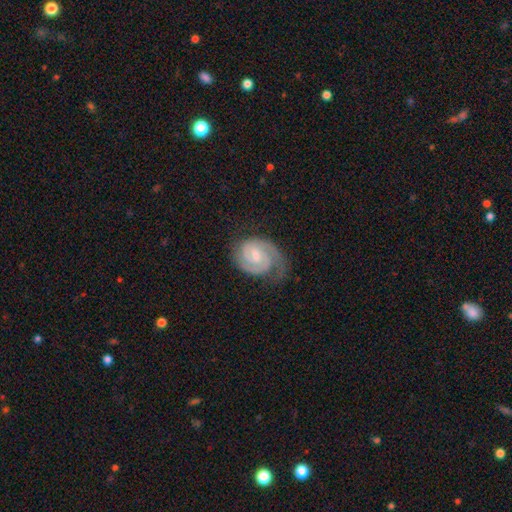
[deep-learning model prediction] featured or disk 86%, smooth 9%, star or artifact 5%. Down the decision tree: edge-on disk — no (98%); bar — weak (51%); spiral arms — yes (97%); spiral arm count — 2 (77%); spiral winding — tight (60%); bulge size — small (55%); merging — none (65%).